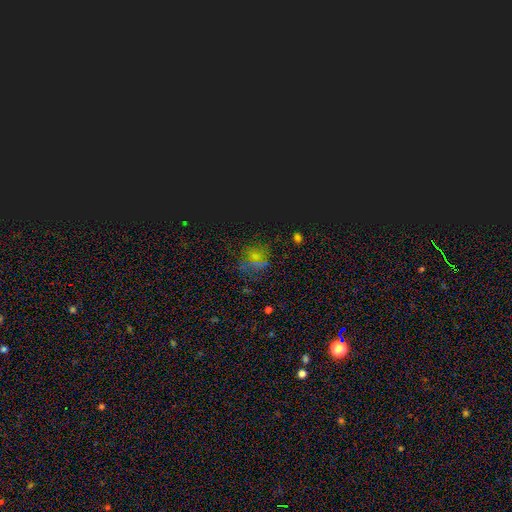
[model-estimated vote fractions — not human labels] Smooth or featured?
  - star or artifact: 48% *
  - smooth: 39%
  - featured or disk: 13%